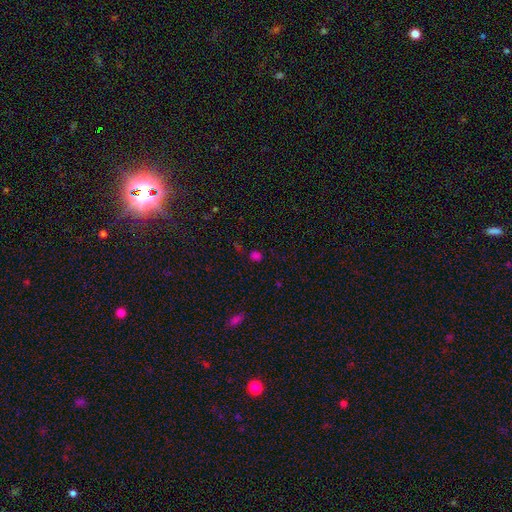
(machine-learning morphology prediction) Q: Smooth or featured?
A: smooth (56%); runner-up: star or artifact (38%)
Q: How rounded?
A: round (54%); runner-up: in between (44%)
Q: Merging?
A: none (74%); runner-up: minor disturbance (14%)